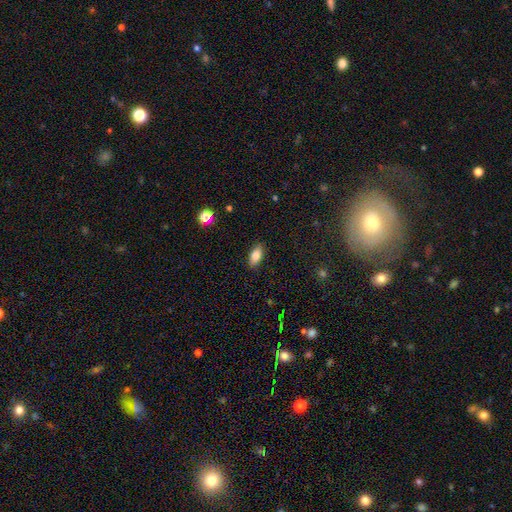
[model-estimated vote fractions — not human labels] A smooth galaxy with no disk features (80%) that is in between round and cigar-shaped (87%). Merging: none (88%).